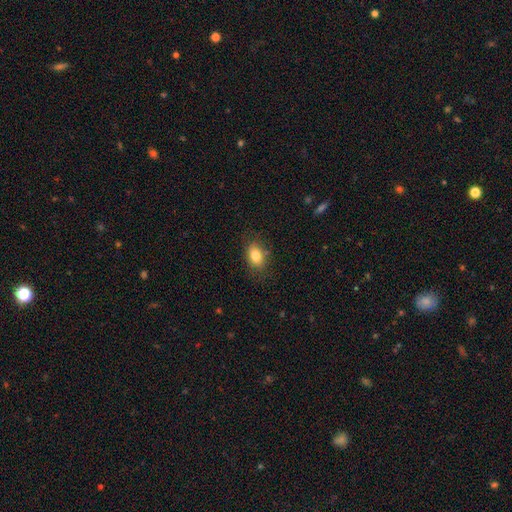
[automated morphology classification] smooth_or_featured: smooth (p=0.81) [alt: featured or disk p=0.10]
how_rounded: in between (p=0.79) [alt: round p=0.20]
merging: none (p=0.81) [alt: minor disturbance p=0.14]